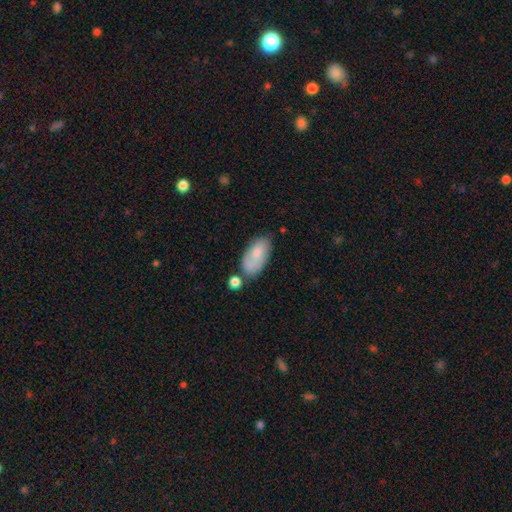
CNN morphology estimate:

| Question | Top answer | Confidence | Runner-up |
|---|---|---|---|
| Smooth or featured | smooth | 74% | featured or disk (19%) |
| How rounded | in between | 92% | cigar-shaped (5%) |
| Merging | none | 56% | minor disturbance (25%) |